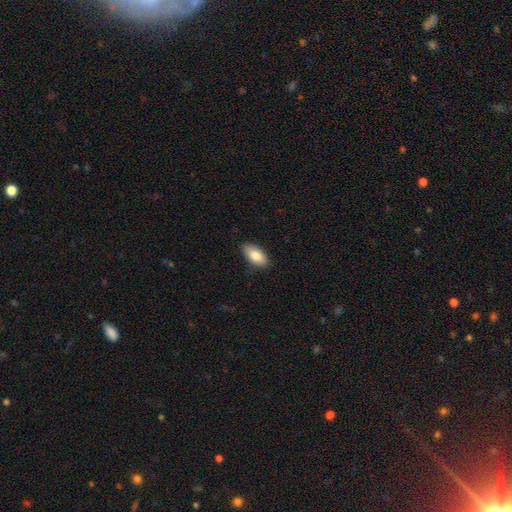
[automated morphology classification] A smooth galaxy with no disk features (82%) that is in between round and cigar-shaped (91%). Merging: none (86%).